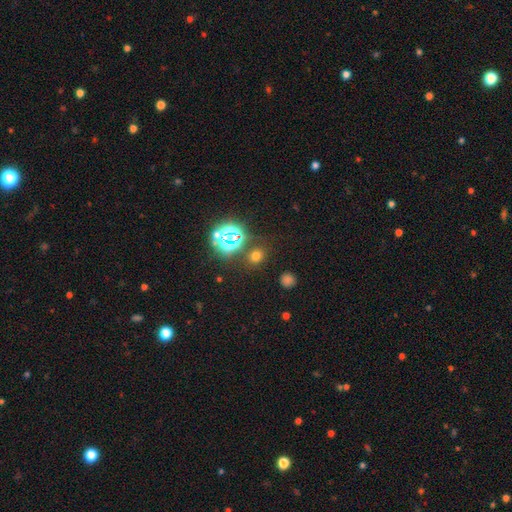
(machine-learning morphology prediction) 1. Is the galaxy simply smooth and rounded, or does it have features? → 59% smooth, 34% star or artifact, 7% featured or disk.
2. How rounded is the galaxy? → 62% round, 37% in between, 1% cigar-shaped.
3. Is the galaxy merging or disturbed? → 82% none, 9% minor disturbance, 5% merger, 4% major disturbance.